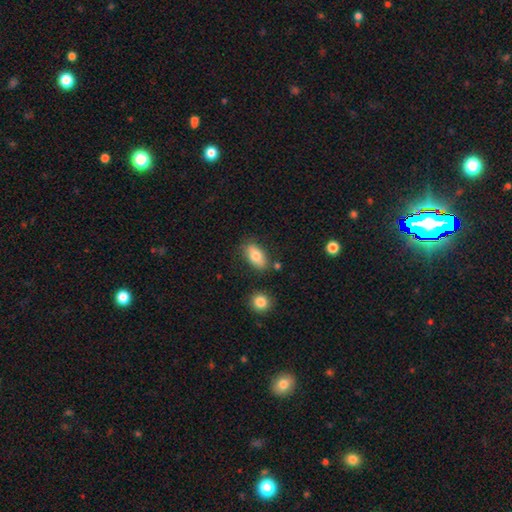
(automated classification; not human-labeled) The model was most divided on "smooth or featured": smooth: 77%, featured or disk: 16%, star or artifact: 7%. More confident: how rounded — in between (87%); merging — none (78%).